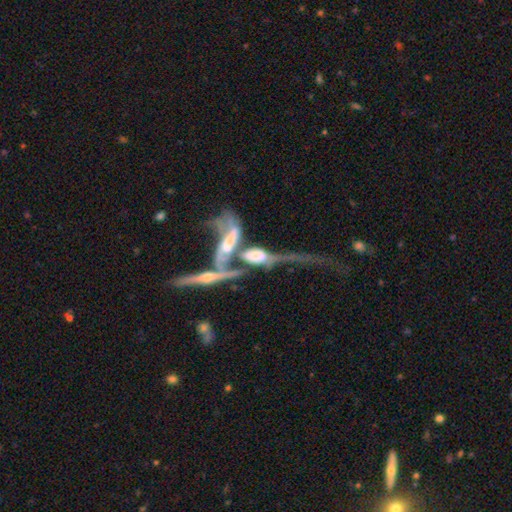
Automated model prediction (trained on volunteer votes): The model was most divided on "edge-on disk": no: 61%, yes: 39%. More confident: smooth or featured — featured or disk (70%); merging — merger (68%).